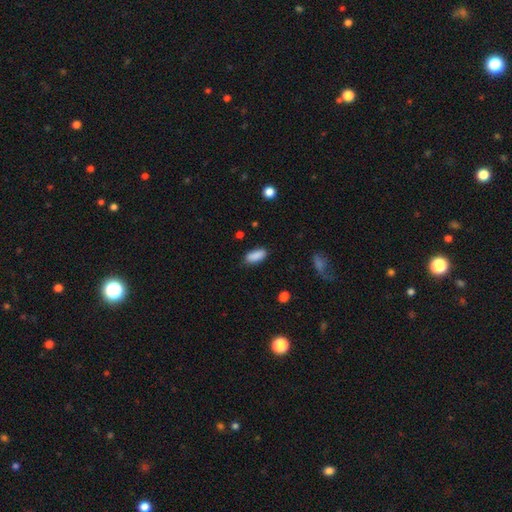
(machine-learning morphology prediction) type=smooth (89%); roundness=in between (84%); merging=none (82%).